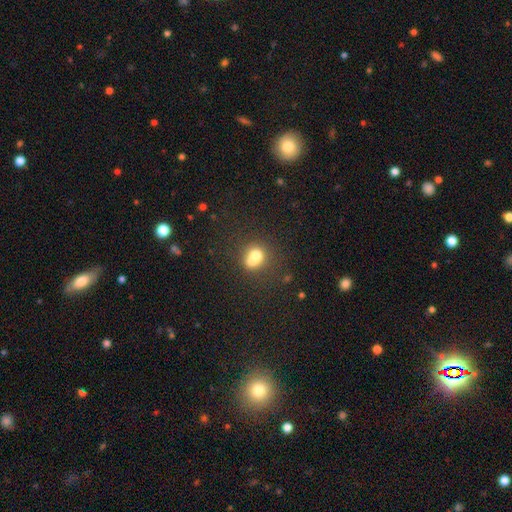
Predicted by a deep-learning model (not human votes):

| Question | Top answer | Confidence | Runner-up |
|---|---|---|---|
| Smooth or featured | smooth | 68% | featured or disk (19%) |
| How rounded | round | 68% | in between (31%) |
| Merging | merger | 47% | none (34%) |